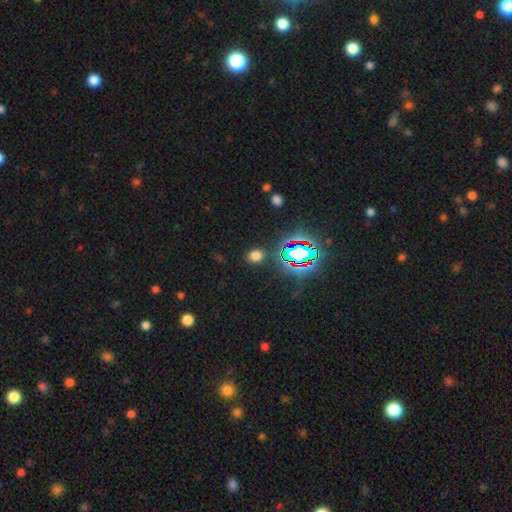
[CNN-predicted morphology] A smooth galaxy with no disk features (66%) that is round (62%). Merging: none (86%).